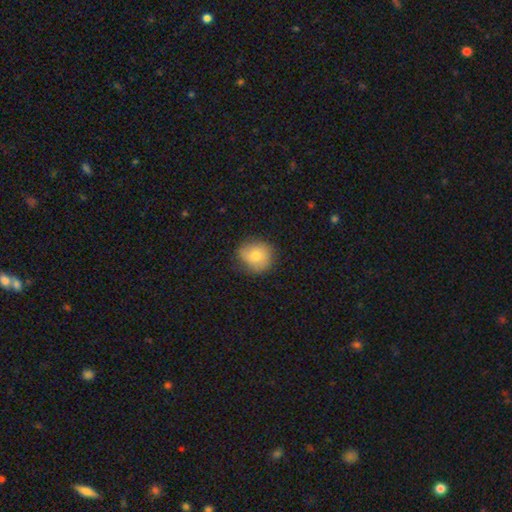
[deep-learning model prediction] Smooth or featured? Predicted: smooth (p=0.74). How rounded? Predicted: round (p=0.83). Merging? Predicted: none (p=0.76).